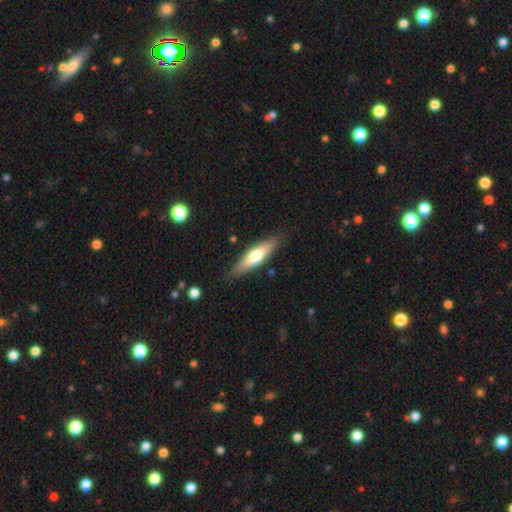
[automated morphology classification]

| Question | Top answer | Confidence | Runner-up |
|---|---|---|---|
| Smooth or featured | smooth | 56% | featured or disk (38%) |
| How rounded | cigar-shaped | 63% | in between (35%) |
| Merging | none | 85% | minor disturbance (11%) |